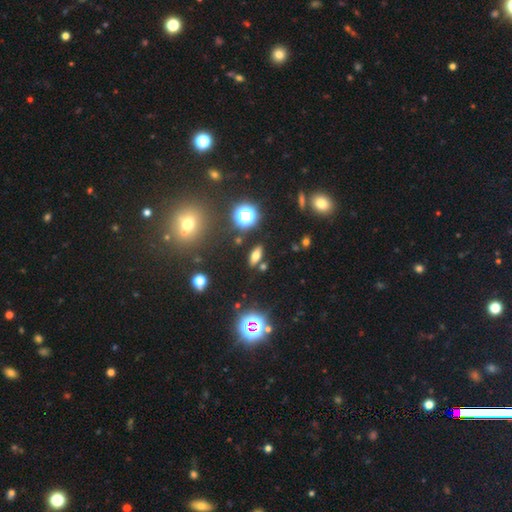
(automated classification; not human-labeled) Smooth or featured?
  - smooth: 62% *
  - star or artifact: 20%
  - featured or disk: 18%
How rounded?
  - in between: 72% *
  - cigar-shaped: 20%
  - round: 9%
Merging?
  - none: 84% *
  - minor disturbance: 8%
  - merger: 5%
  - major disturbance: 3%